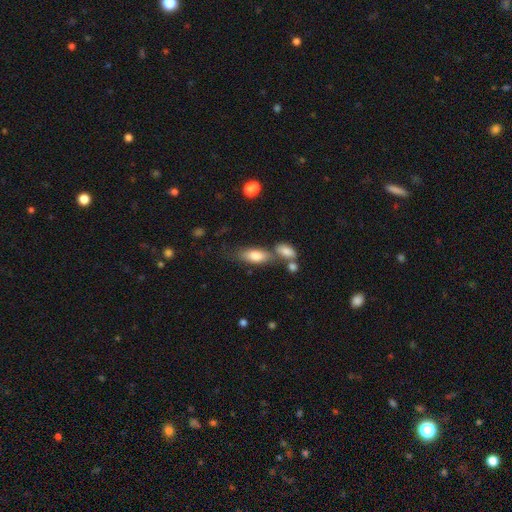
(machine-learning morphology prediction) The model was most divided on "merging": none: 49%, merger: 27%, minor disturbance: 17%, major disturbance: 7%. More confident: smooth or featured — smooth (79%); how rounded — in between (78%).